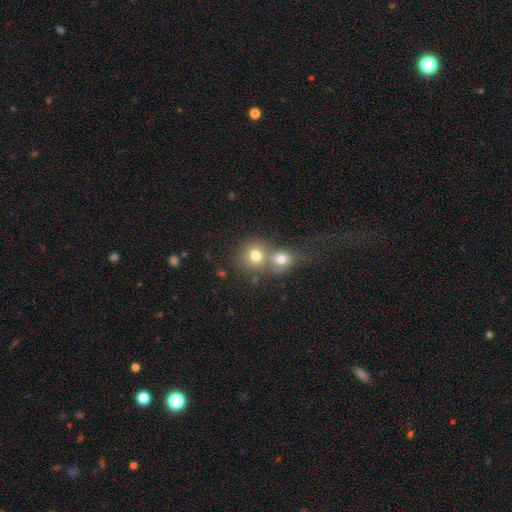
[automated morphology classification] Q: Smooth or featured?
A: smooth (75%); runner-up: star or artifact (14%)
Q: How rounded?
A: round (85%); runner-up: in between (14%)
Q: Merging?
A: merger (47%); runner-up: none (44%)